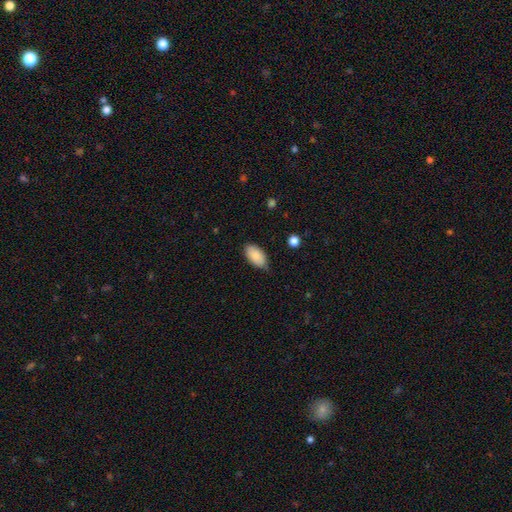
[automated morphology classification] Smooth or featured? smooth (86%)
How rounded? in between (95%)
Merging? none (79%)